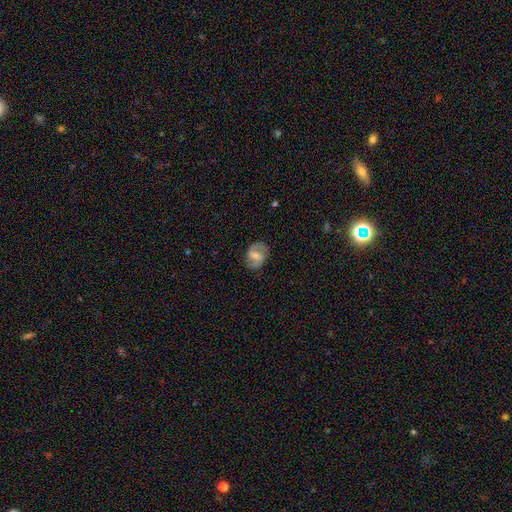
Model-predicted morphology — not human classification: A featured or disk galaxy (54%) with a weak bar (49%), spiral arms (79%) and a moderate central bulge (52%).

Vote fractions:
- Smooth or featured? featured or disk: 54% / smooth: 39% / star or artifact: 7%
- Edge-on disk? no: 96% / yes: 4%
- Bar? weak: 49% / no: 26% / strong: 26%
- Spiral arms? yes: 79% / no: 21%
- Bulge size? moderate: 52% / small: 37% / none: 5% / large: 5% / dominant: 1%
- Merging? none: 75% / minor disturbance: 18% / major disturbance: 6% / merger: 1%